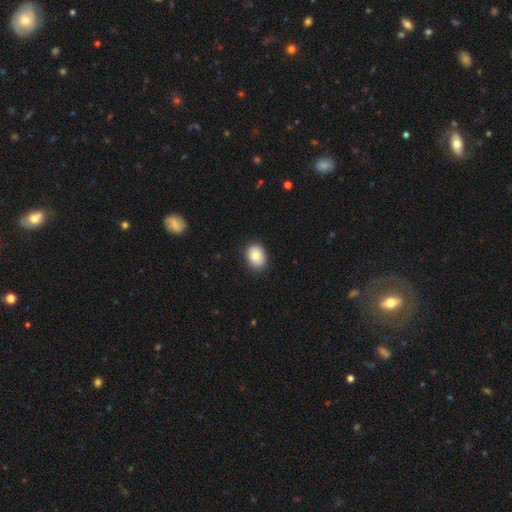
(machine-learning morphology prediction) Smooth or featured? Predicted: smooth (p=0.84). How rounded? Predicted: in between (p=0.62). Merging? Predicted: none (p=0.87).